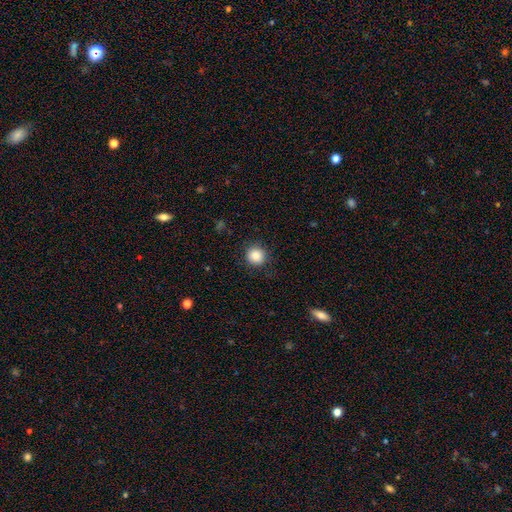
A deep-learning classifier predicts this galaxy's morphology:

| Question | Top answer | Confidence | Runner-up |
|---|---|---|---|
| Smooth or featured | smooth | 86% | star or artifact (10%) |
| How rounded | round | 93% | in between (6%) |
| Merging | none | 88% | minor disturbance (9%) |